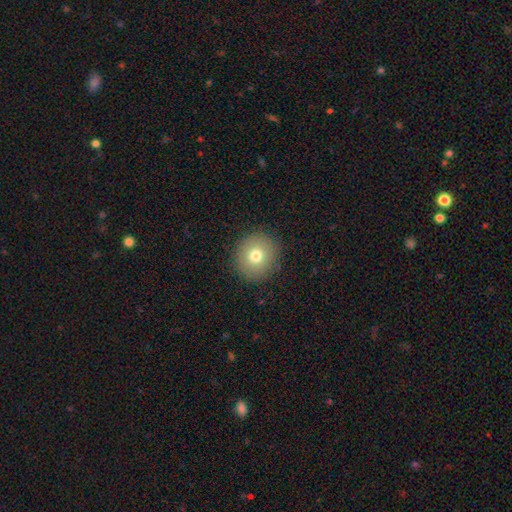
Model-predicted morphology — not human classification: A smooth galaxy with no disk features (75%) that is round (90%). Merging: none (90%).